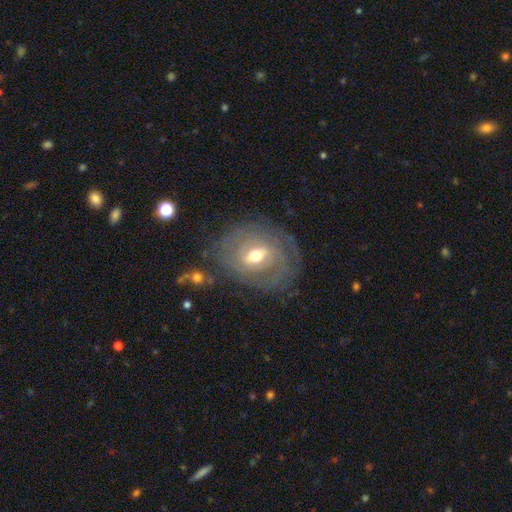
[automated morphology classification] This is likely a featured or disk galaxy (80%). It is clearly not viewed edge-on (95%). Bar: possibly weak (49%). Spiral arm pattern: clearly yes (82%). Spiral arm count: marginally can't tell (42%). Spiral winding: likely tight (68%). Central bulge: likely moderate (71%). Merging: likely none (76%).